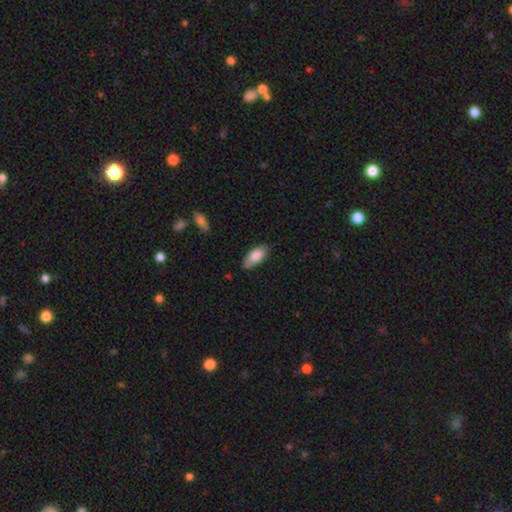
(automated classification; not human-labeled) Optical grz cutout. It shows a smooth galaxy with no disk features (82%) that is in between round and cigar-shaped (89%). Merging: none (69%).